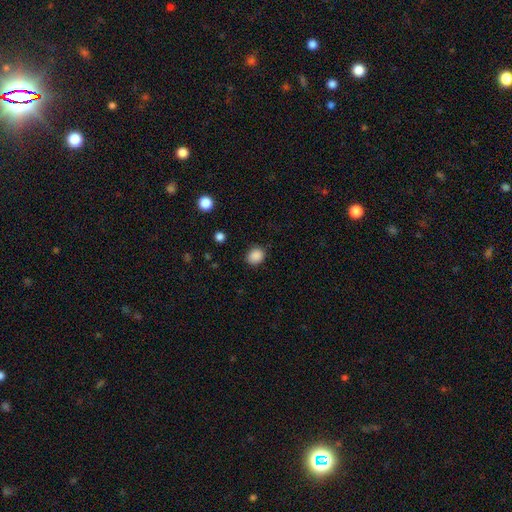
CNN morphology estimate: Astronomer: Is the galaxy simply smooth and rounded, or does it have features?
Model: smooth — 88%.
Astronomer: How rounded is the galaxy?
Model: round — 68%.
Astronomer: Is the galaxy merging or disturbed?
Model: none — 86%.